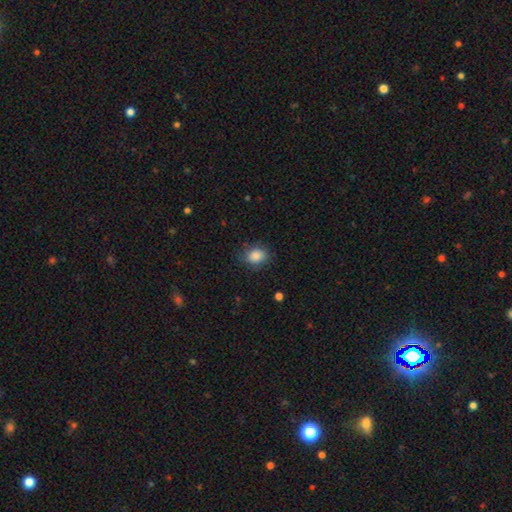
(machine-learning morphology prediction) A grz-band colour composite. It shows a smooth galaxy with no disk features (87%) that is in between round and cigar-shaped (53%). Merging: none (80%).